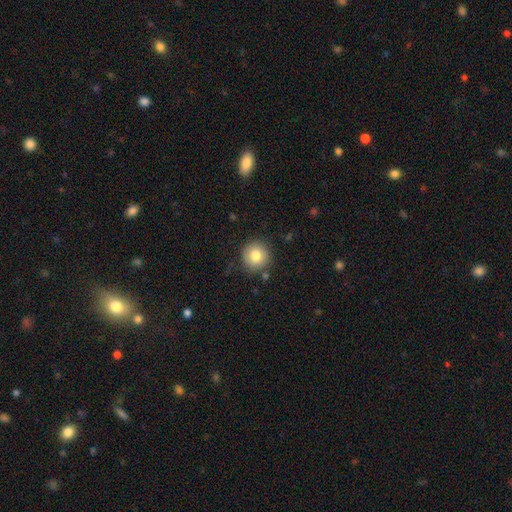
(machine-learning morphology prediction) Smooth or featured: smooth — 80% (featured or disk — 12%)
How rounded: round — 93% (in between — 6%)
Merging: none — 85% (minor disturbance — 10%)